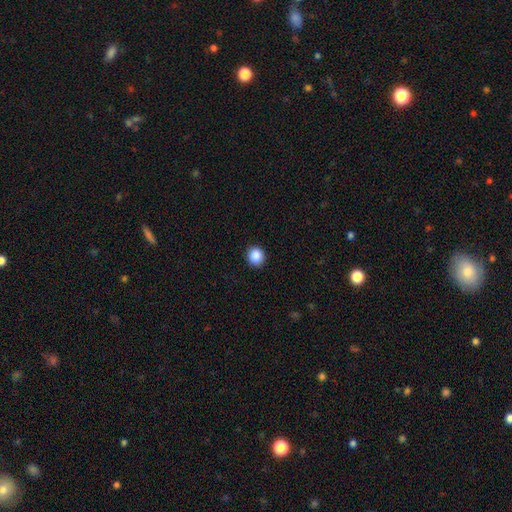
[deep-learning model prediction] A smooth galaxy with no disk features (89%) that is round (83%). Merging: none (91%).